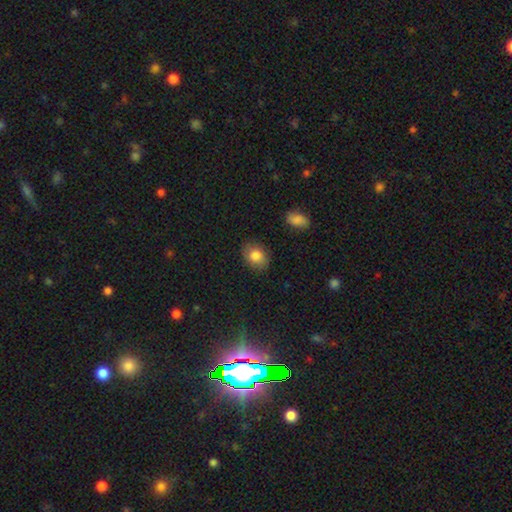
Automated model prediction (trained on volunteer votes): smooth-or-featured: smooth: 83% | featured or disk: 9% | star or artifact: 8%
  how-rounded: in between: 66% | round: 33% | cigar-shaped: 1%
  merging: none: 84% | minor disturbance: 12% | major disturbance: 3% | merger: 1%